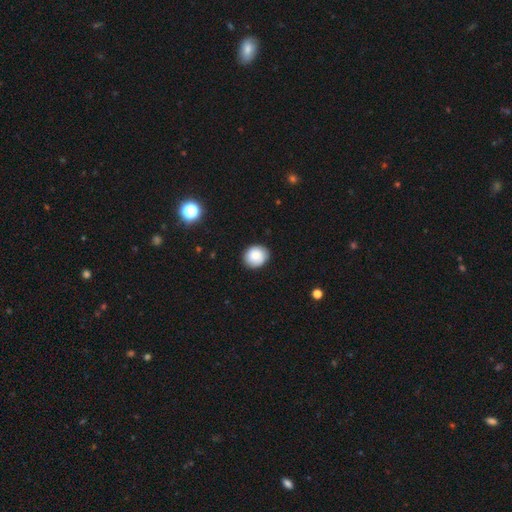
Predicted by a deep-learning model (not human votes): smooth_or_featured: smooth (p=0.82) [alt: featured or disk p=0.09]
how_rounded: round (p=0.79) [alt: in between p=0.20]
merging: none (p=0.85) [alt: minor disturbance p=0.11]